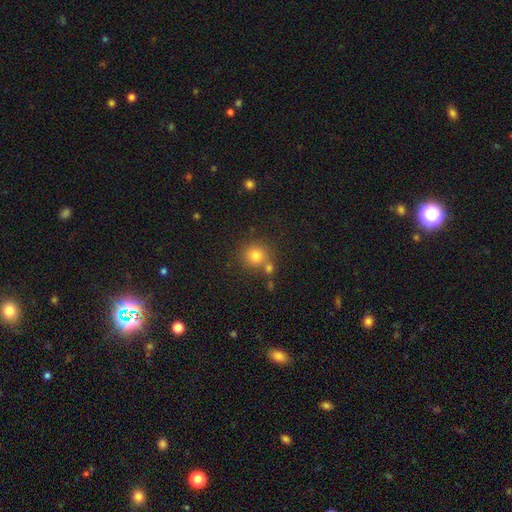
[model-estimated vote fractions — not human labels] Overall: smooth (78%). How rounded: round (91%). Merging: none (68%).